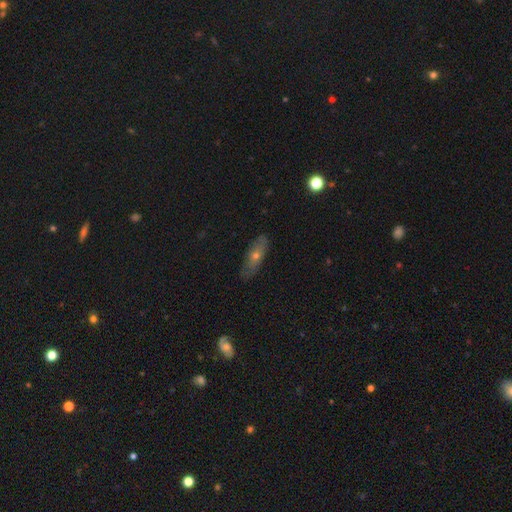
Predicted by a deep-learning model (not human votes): smooth_or_featured: featured or disk (p=0.50) [alt: smooth p=0.42]
merging: none (p=0.80) [alt: minor disturbance p=0.15]